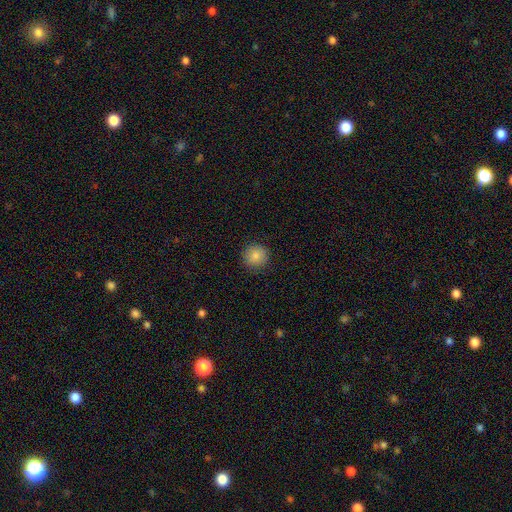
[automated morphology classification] This appears to be a smooth galaxy with no disk features (85%) that is round (94%). Merging: none (90%).